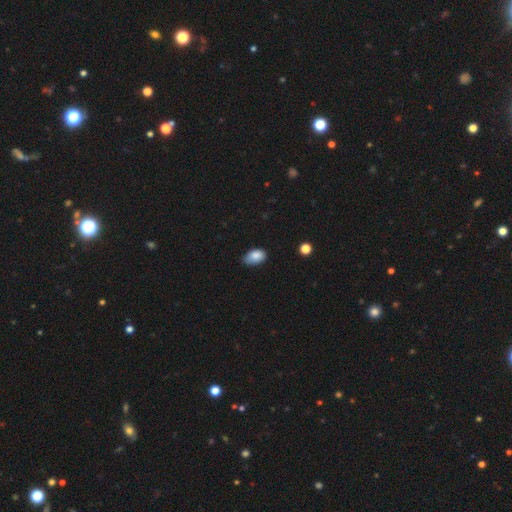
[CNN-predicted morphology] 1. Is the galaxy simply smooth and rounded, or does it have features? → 85% smooth, 8% star or artifact, 6% featured or disk.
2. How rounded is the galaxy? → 91% in between, 8% round, 1% cigar-shaped.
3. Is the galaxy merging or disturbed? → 60% none, 34% minor disturbance, 5% major disturbance, 2% merger.